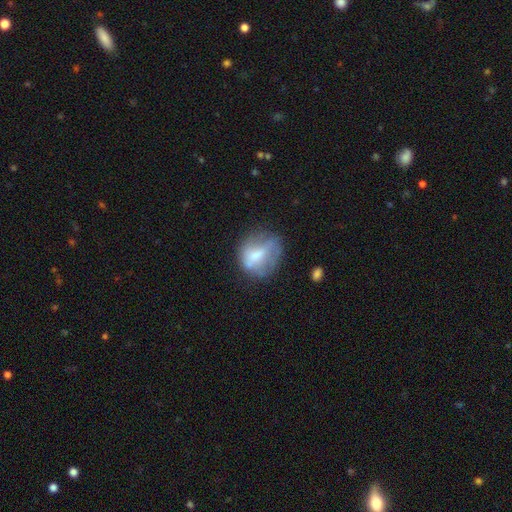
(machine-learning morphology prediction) type=smooth (55%); roundness=round (64%); merging=none (49%).